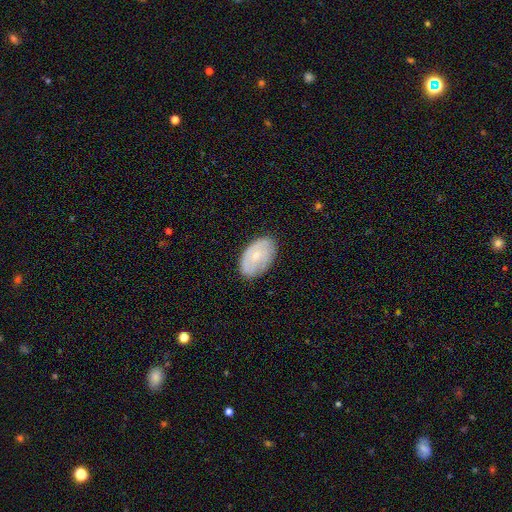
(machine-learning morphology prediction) The model was most divided on "smooth or featured": smooth: 51%, featured or disk: 43%, star or artifact: 7%. More confident: how rounded — in between (91%); merging — none (79%).